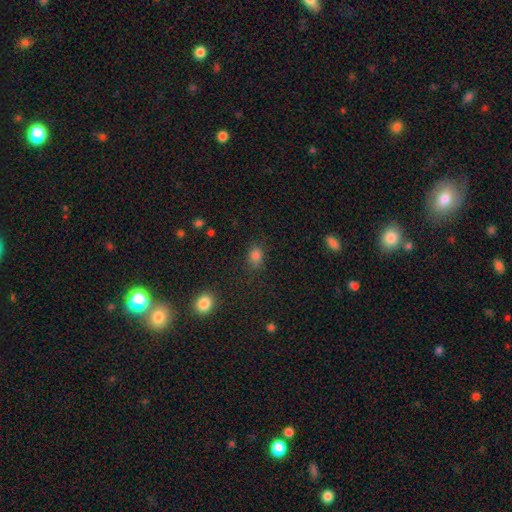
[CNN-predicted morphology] Smooth or featured? smooth (81%)
How rounded? in between (65%)
Merging? none (76%)